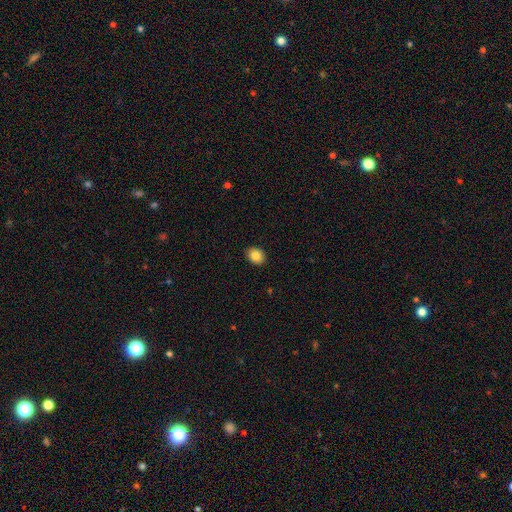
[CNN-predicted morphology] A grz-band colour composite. It shows a smooth galaxy with no disk features (85%) that is in between round and cigar-shaped (52%). Merging: none (91%).